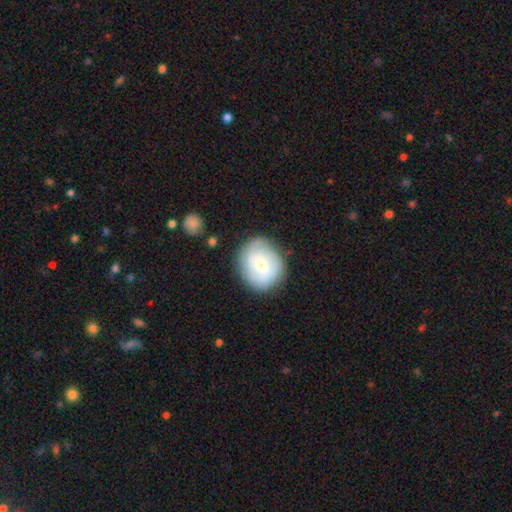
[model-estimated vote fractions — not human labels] This is possibly a smooth galaxy (46%, tied with featured or disk). Merging: likely none (73%).